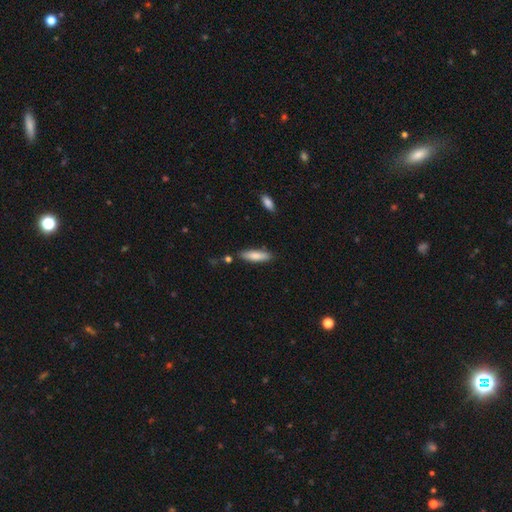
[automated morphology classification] Smooth or featured: smooth — 79% (featured or disk — 15%)
How rounded: cigar-shaped — 63% (in between — 35%)
Merging: none — 82% (minor disturbance — 12%)